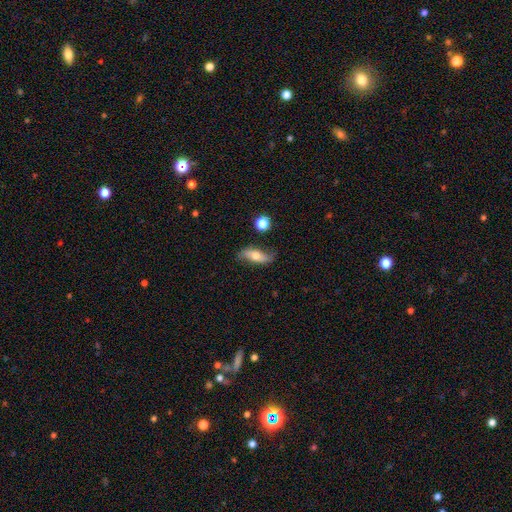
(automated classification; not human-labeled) Smooth or featured?
  - featured or disk: 47% *
  - smooth: 45%
  - star or artifact: 8%
Merging?
  - none: 72% *
  - minor disturbance: 19%
  - major disturbance: 6%
  - merger: 3%